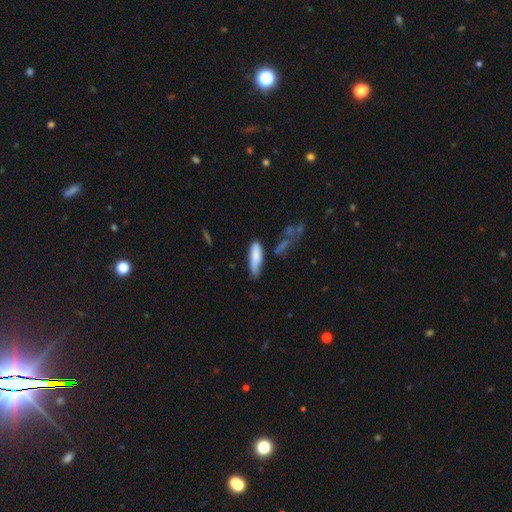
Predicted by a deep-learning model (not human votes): Morphology: type=smooth (78%); roundness=cigar-shaped (51%); merging=none (52%).